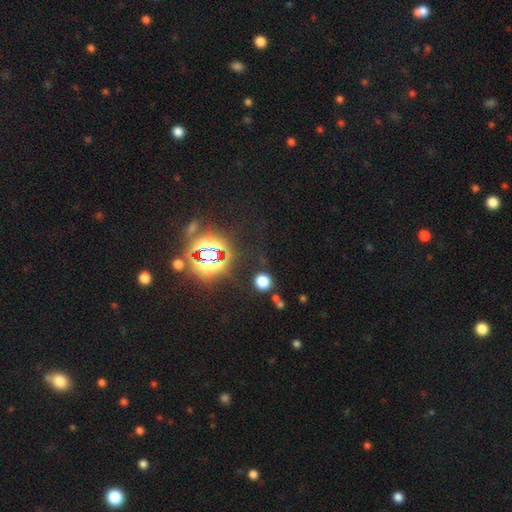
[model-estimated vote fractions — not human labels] Overall: star or artifact (84%).